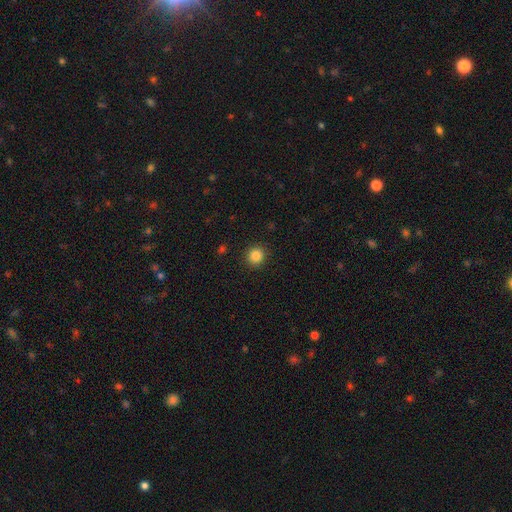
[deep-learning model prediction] smooth 85%, star or artifact 11%, featured or disk 4%. Down the decision tree: how rounded — round (91%); merging — none (92%).